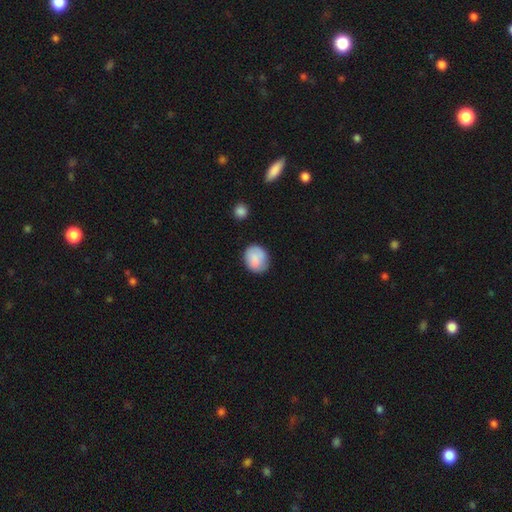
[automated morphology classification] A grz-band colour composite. It shows a smooth galaxy with no disk features (79%) that is round (58%). Merging: none (73%).